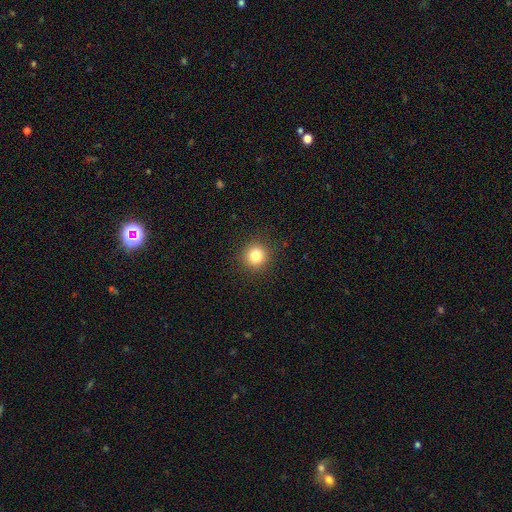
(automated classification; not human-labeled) Smooth or featured? Predicted: smooth (p=0.81). How rounded? Predicted: round (p=0.94). Merging? Predicted: none (p=0.91).